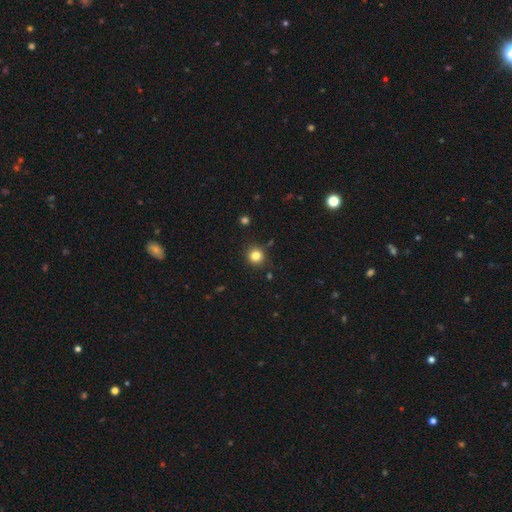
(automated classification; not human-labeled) Overall: smooth (82%). How rounded: round (91%). Merging: none (88%).